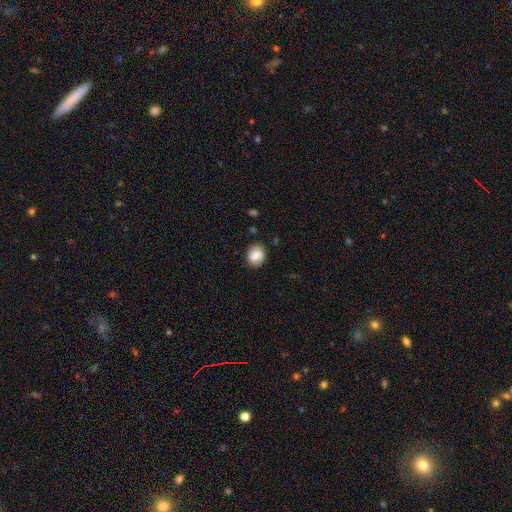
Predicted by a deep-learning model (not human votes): smooth 76%, featured or disk 16%, star or artifact 8%. Down the decision tree: how rounded — round (56%); merging — none (81%).